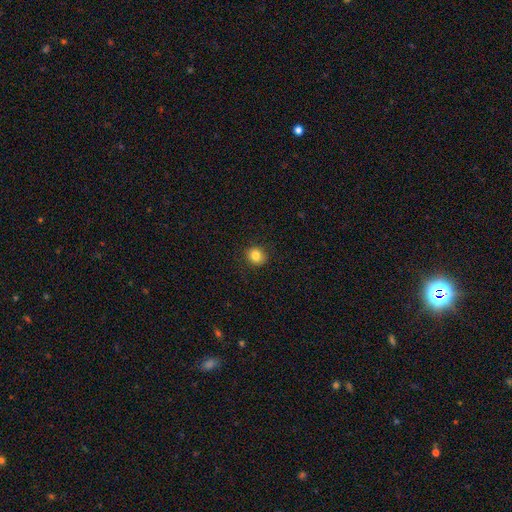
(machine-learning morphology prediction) Smooth or featured: smooth — 83% (star or artifact — 11%)
How rounded: round — 82% (in between — 17%)
Merging: none — 90% (minor disturbance — 7%)